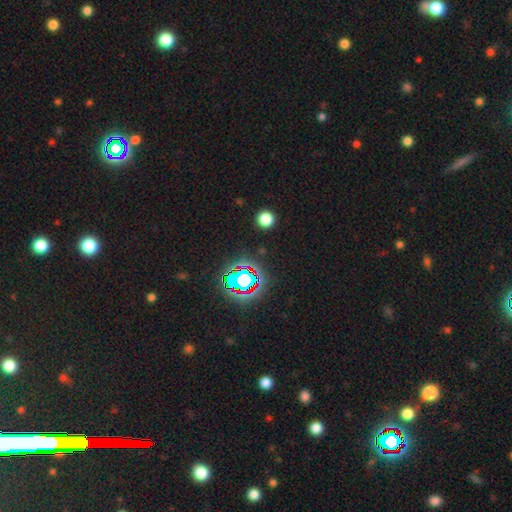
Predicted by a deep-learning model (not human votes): A star or artifact, not a galaxy (80%).

Vote fractions:
- Smooth or featured? star or artifact: 80% / smooth: 13% / featured or disk: 7%